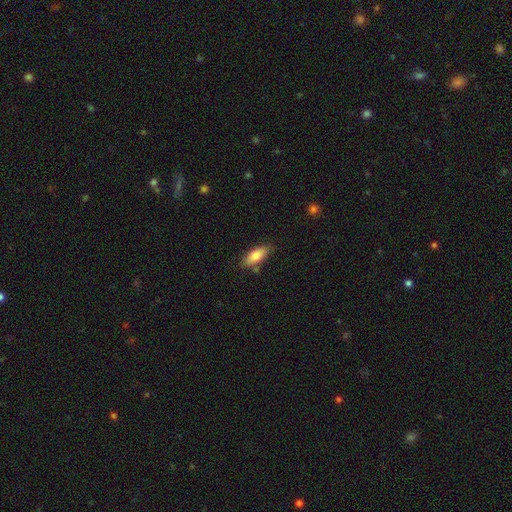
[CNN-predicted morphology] smooth_or_featured: smooth (p=0.78) [alt: featured or disk p=0.16]
how_rounded: in between (p=0.77) [alt: cigar-shaped p=0.20]
merging: none (p=0.76) [alt: minor disturbance p=0.17]